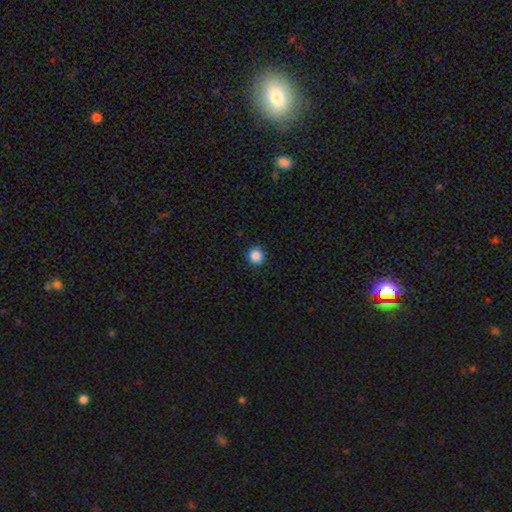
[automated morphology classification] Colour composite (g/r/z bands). It shows a smooth galaxy with no disk features (87%) that is round (94%). Merging: none (93%).